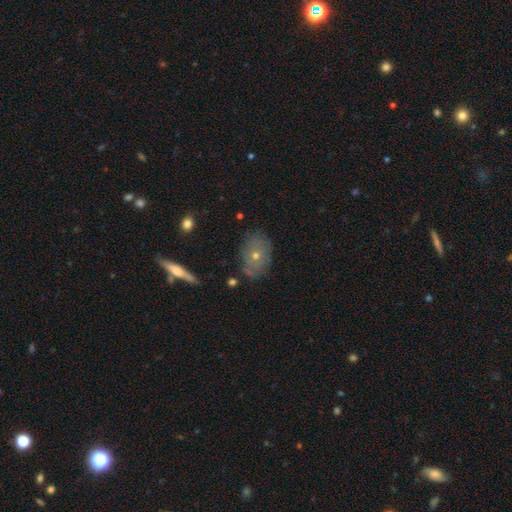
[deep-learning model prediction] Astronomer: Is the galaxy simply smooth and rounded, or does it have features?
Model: smooth — 45% (runner-up: featured or disk, 43%).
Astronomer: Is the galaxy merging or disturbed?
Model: none — 78%.